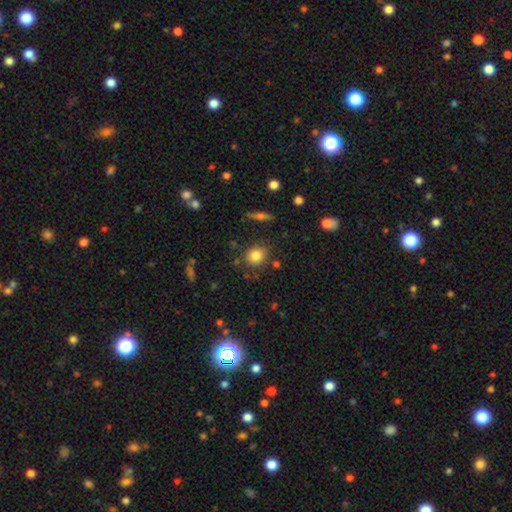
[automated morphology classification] Overall: smooth (81%). How rounded: round (74%). Merging: none (82%).